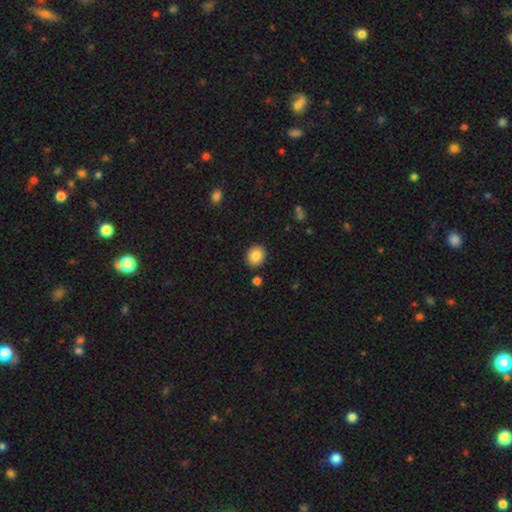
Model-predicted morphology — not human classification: A smooth galaxy with no disk features (86%) that is round (69%). Merging: none (88%).